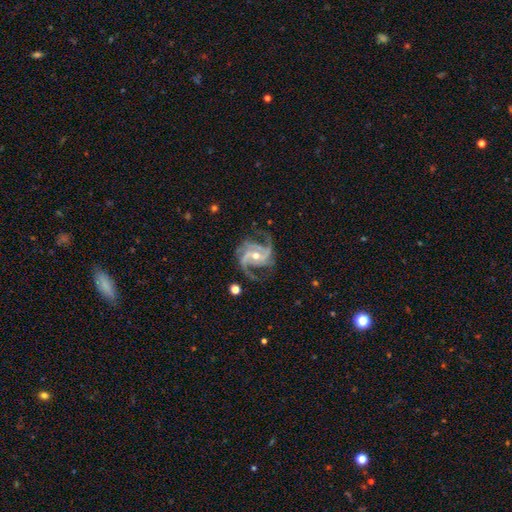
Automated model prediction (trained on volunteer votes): Smooth or featured: featured or disk — 92% (star or artifact — 5%)
Edge-on disk: no — 98% (yes — 2%)
Bar: no — 45% (weak — 33%)
Spiral arms: yes — 98% (no — 2%)
Spiral winding: medium — 56% (tight — 25%)
Spiral arm count: 3 — 51% (2 — 24%)
Bulge size: moderate — 55% (small — 41%)
Merging: none — 70% (minor disturbance — 17%)